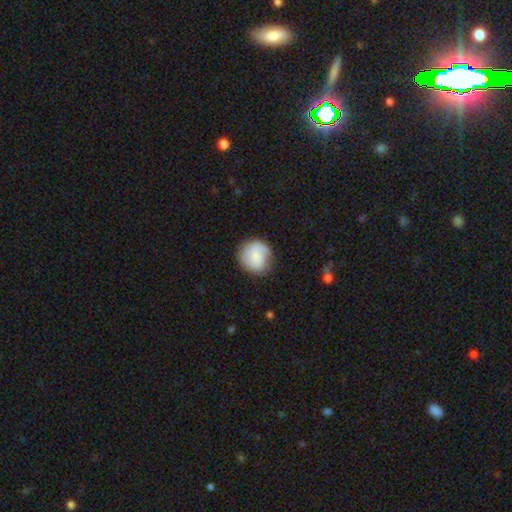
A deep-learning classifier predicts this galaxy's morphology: Smooth or featured? Predicted: smooth (p=0.59). How rounded? Predicted: round (p=0.84). Merging? Predicted: none (p=0.73).